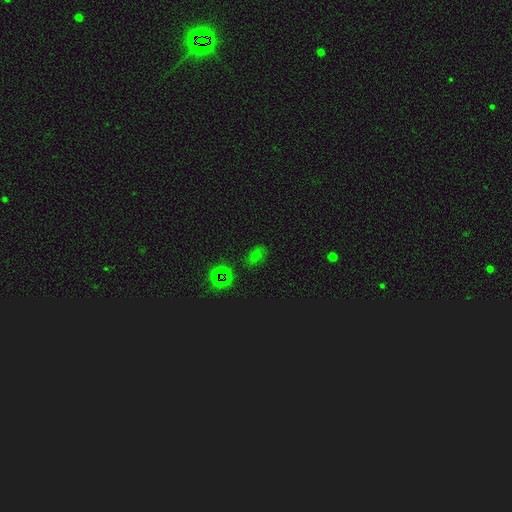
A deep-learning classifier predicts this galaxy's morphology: Smooth or featured?
  - smooth: 54% *
  - star or artifact: 38%
  - featured or disk: 8%
How rounded?
  - in between: 80% *
  - round: 17%
  - cigar-shaped: 4%
Merging?
  - none: 73% *
  - minor disturbance: 17%
  - major disturbance: 6%
  - merger: 4%